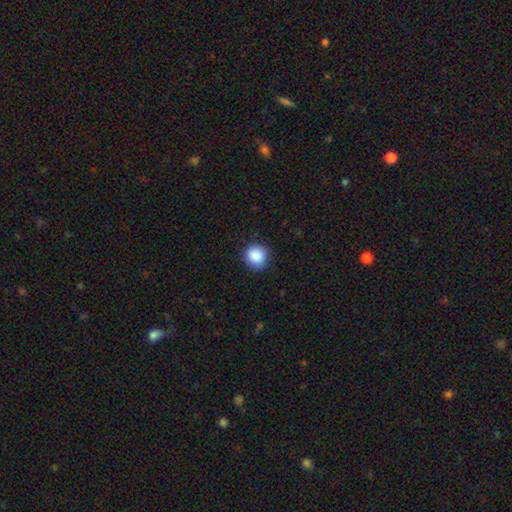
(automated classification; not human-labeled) Overall: smooth (88%). How rounded: round (91%). Merging: none (87%).